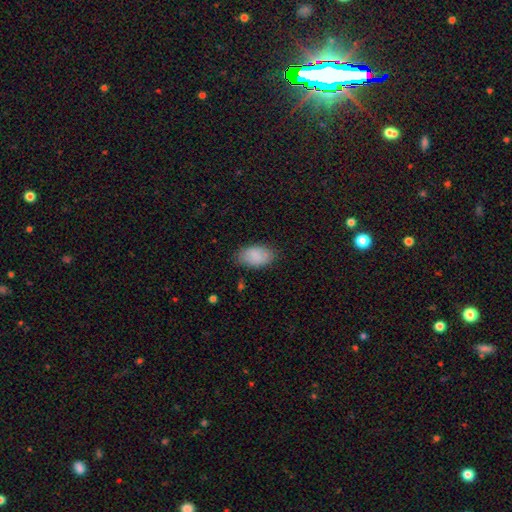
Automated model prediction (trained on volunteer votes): Smooth or featured? Predicted: smooth (p=0.85). How rounded? Predicted: in between (p=0.94). Merging? Predicted: none (p=0.78).